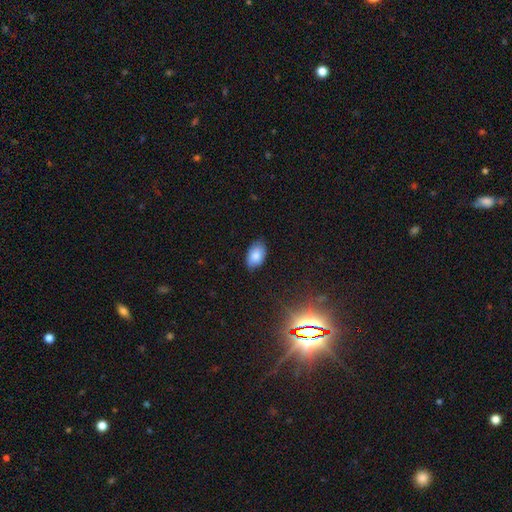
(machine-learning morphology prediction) The model was most divided on "merging": none: 79%, minor disturbance: 17%, major disturbance: 3%, merger: 1%. More confident: how rounded — in between (92%); smooth or featured — smooth (81%).